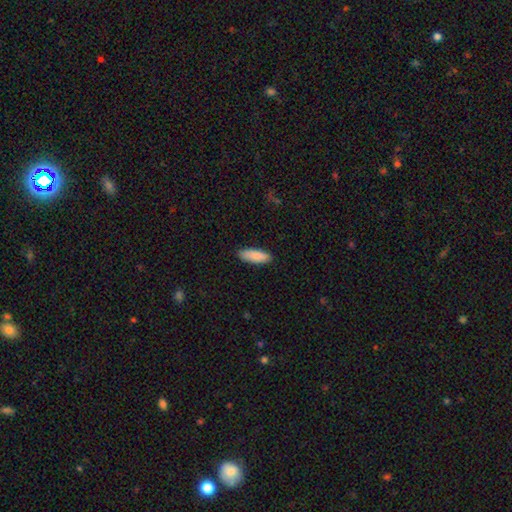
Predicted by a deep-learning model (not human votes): Morphology: type=smooth (88%); roundness=in between (65%); merging=none (89%).